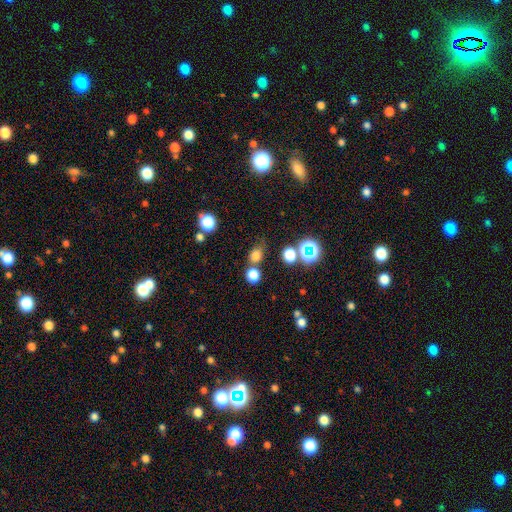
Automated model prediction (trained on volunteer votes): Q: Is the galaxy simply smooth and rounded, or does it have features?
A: smooth — 72%.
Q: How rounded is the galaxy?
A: round — 70%.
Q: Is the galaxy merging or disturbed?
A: none — 63%.